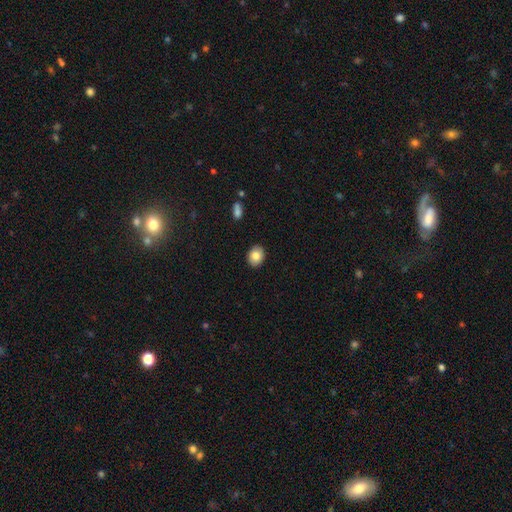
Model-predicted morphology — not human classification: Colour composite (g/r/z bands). It shows a smooth galaxy with no disk features (82%) that is in between round and cigar-shaped (57%). Merging: none (90%).